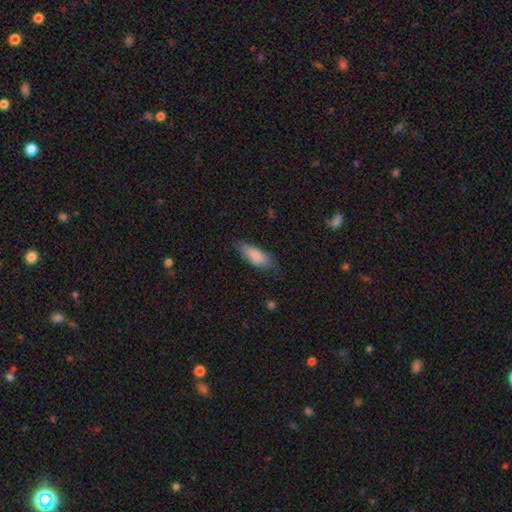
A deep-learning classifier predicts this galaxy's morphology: smooth-or-featured: smooth: 84% | featured or disk: 10% | star or artifact: 6%
  how-rounded: in between: 74% | cigar-shaped: 24% | round: 2%
  merging: none: 71% | minor disturbance: 23% | major disturbance: 5% | merger: 1%